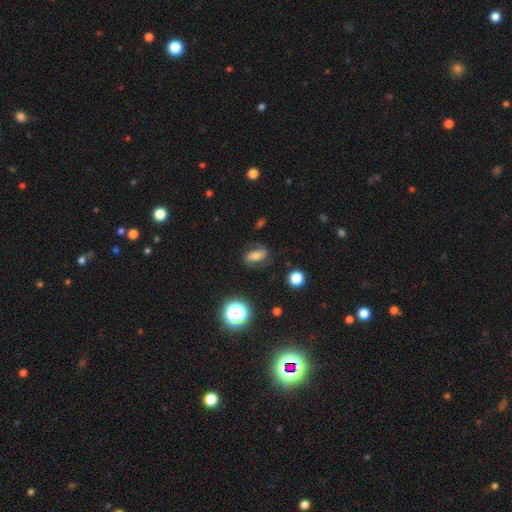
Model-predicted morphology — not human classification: A featured or disk galaxy (56%) with no bar (37%), spiral arms (86%) and a moderate central bulge (51%). Merging: none (71%).